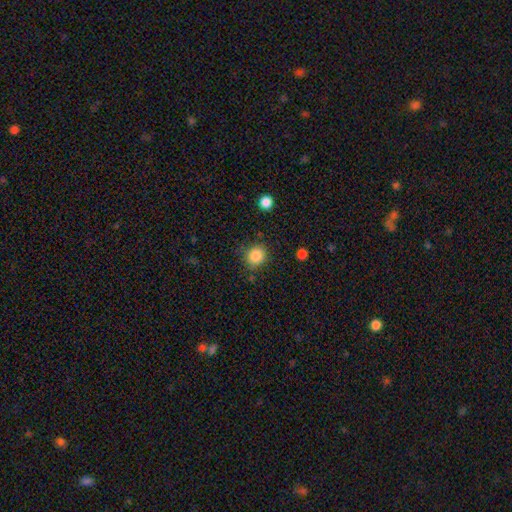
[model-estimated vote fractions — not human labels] Overall: smooth (85%). How rounded: round (85%). Merging: none (83%).